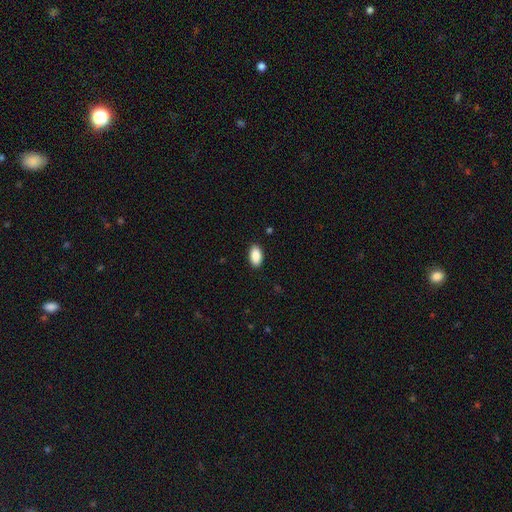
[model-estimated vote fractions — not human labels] This appears to be a smooth galaxy with no disk features (90%) that is in between round and cigar-shaped (94%). Merging: none (89%).